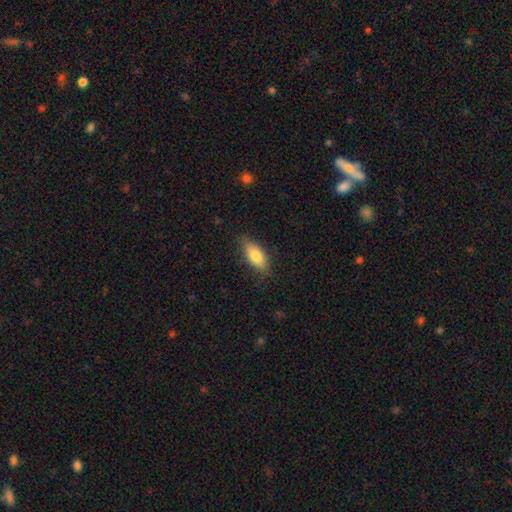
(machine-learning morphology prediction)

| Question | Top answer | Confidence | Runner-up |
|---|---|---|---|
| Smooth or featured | smooth | 76% | featured or disk (17%) |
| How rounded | in between | 82% | cigar-shaped (15%) |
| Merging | none | 80% | minor disturbance (16%) |